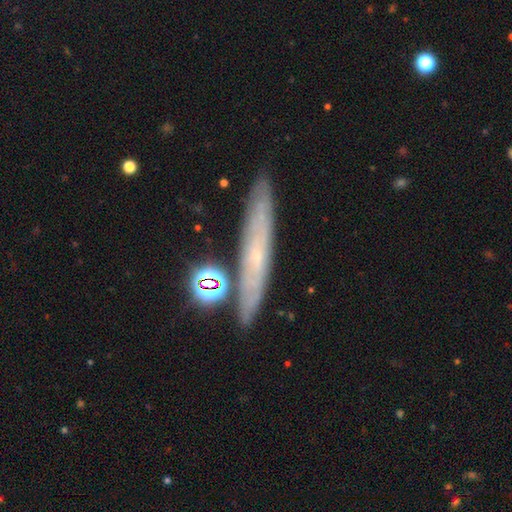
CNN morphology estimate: Q: Smooth or featured?
A: featured or disk (56%); runner-up: smooth (30%)
Q: Edge-on disk?
A: yes (70%); runner-up: no (30%)
Q: Merging?
A: none (81%); runner-up: minor disturbance (11%)